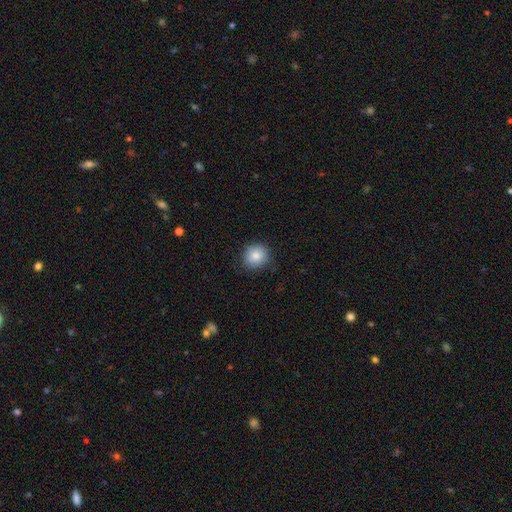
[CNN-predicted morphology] Smooth or featured: smooth — 84% (star or artifact — 9%)
How rounded: round — 88% (in between — 11%)
Merging: none — 86% (minor disturbance — 11%)